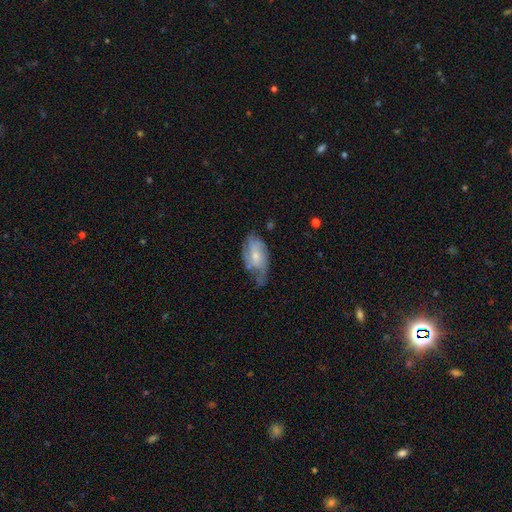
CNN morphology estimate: Q: Smooth or featured?
A: featured or disk (57%); runner-up: smooth (37%)
Q: Edge-on disk?
A: no (92%); runner-up: yes (8%)
Q: Bar?
A: no (59%); runner-up: weak (33%)
Q: Spiral arms?
A: yes (72%); runner-up: no (28%)
Q: Bulge size?
A: small (48%); runner-up: moderate (44%)
Q: Merging?
A: none (38%); runner-up: minor disturbance (37%)